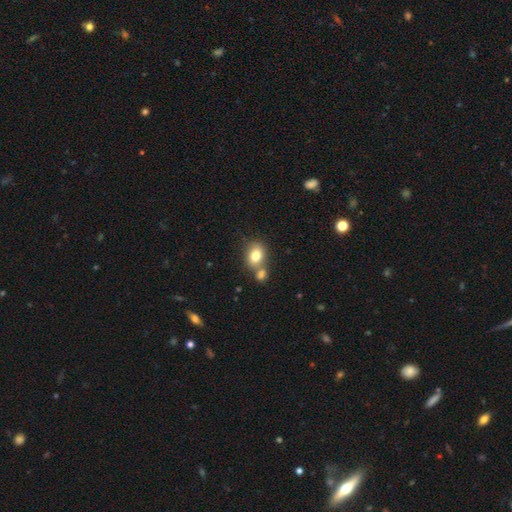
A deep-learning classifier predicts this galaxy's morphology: Smooth or featured? smooth (80%)
How rounded? in between (58%)
Merging? none (49%)